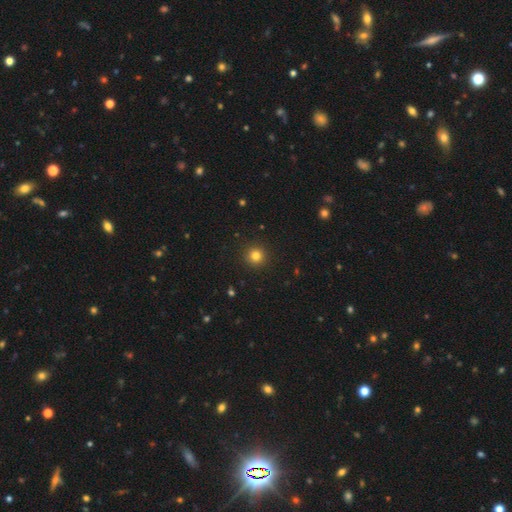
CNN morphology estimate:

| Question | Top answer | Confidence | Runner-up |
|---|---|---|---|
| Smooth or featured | smooth | 81% | star or artifact (14%) |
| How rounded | round | 95% | in between (4%) |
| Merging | none | 92% | minor disturbance (5%) |